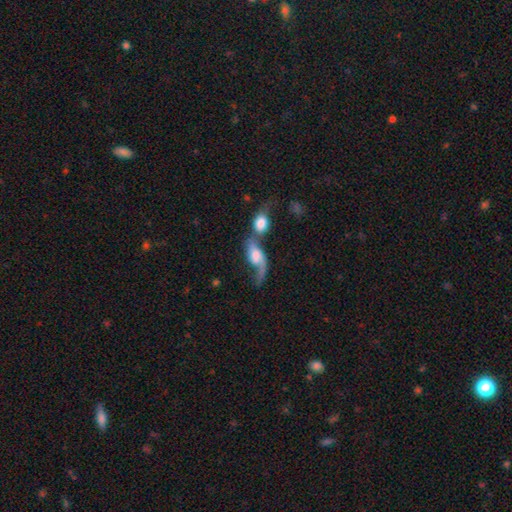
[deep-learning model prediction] smooth-or-featured: featured or disk: 59% | smooth: 33% | star or artifact: 8%
  disk-edge-on: no: 90% | yes: 10%
    bar: no: 60% | weak: 31% | strong: 9%
    has-spiral-arms: yes: 85% | no: 15%
    bulge-size: large: 31% | moderate: 30% | none: 17% | small: 17% | dominant: 6%
  merging: merger: 64% | none: 14% | major disturbance: 14% | minor disturbance: 8%